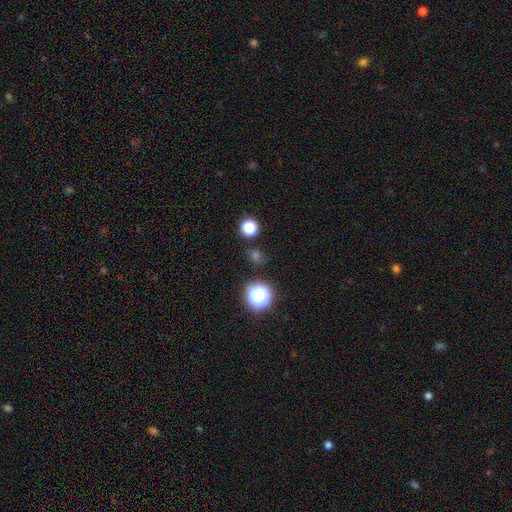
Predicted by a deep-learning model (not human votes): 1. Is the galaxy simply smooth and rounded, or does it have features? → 57% smooth, 37% star or artifact, 6% featured or disk.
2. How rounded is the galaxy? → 86% round, 13% in between, 1% cigar-shaped.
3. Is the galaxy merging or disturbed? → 85% none, 8% minor disturbance, 4% merger, 3% major disturbance.